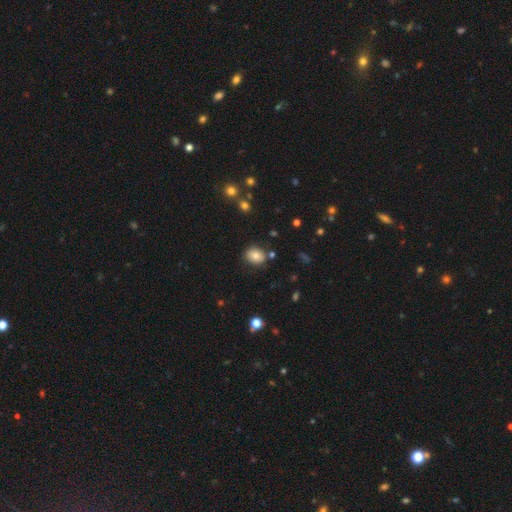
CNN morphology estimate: A smooth galaxy with no disk features (79%) that is round (51%).

Vote fractions:
- Smooth or featured? smooth: 79% / featured or disk: 11% / star or artifact: 11%
- How rounded? round: 51% / in between: 48% / cigar-shaped: 1%
- Merging? none: 81% / minor disturbance: 12% / merger: 4% / major disturbance: 3%